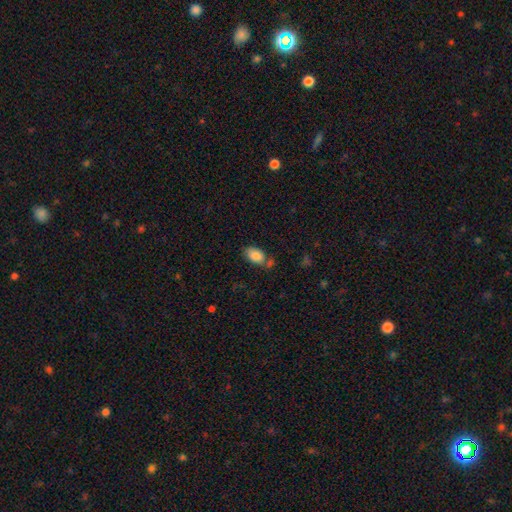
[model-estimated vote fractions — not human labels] Smooth or featured? smooth (84%)
How rounded? in between (91%)
Merging? none (60%)